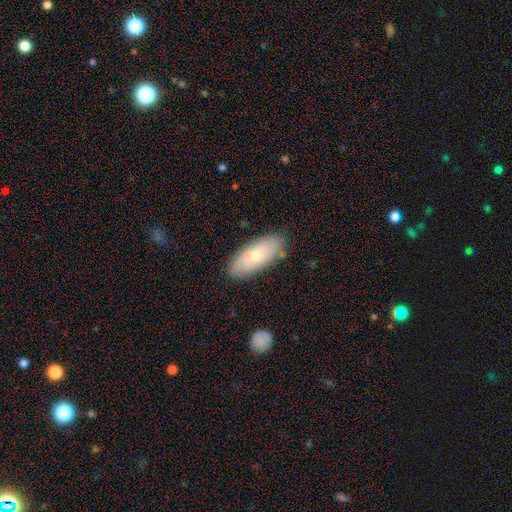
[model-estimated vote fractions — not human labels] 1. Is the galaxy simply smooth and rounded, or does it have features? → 59% smooth, 34% featured or disk, 6% star or artifact.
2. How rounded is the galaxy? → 81% in between, 16% cigar-shaped, 3% round.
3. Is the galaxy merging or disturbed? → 82% none, 13% minor disturbance, 3% major disturbance, 3% merger.